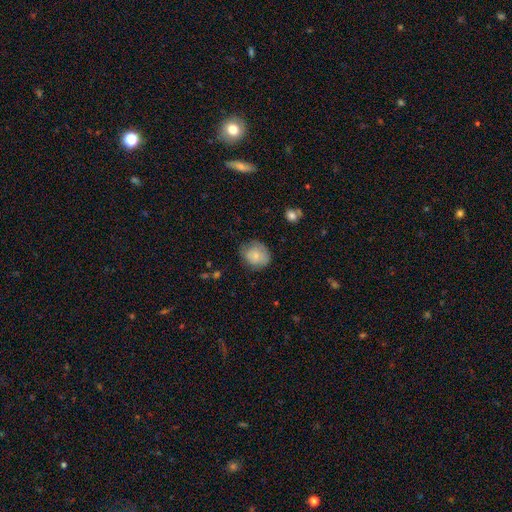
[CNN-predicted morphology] smooth-or-featured: smooth: 73% | featured or disk: 19% | star or artifact: 8%
  how-rounded: round: 65% | in between: 34% | cigar-shaped: 1%
  merging: none: 65% | minor disturbance: 26% | major disturbance: 8% | merger: 1%